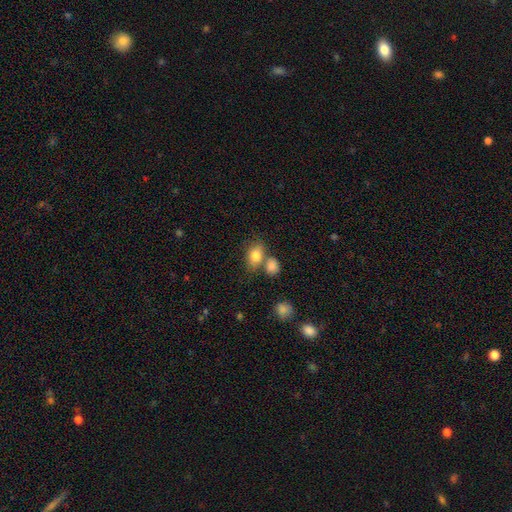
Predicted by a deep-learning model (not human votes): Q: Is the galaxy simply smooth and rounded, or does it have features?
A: smooth — 81%.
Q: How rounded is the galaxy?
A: in between — 72%.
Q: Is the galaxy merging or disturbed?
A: none — 50%.